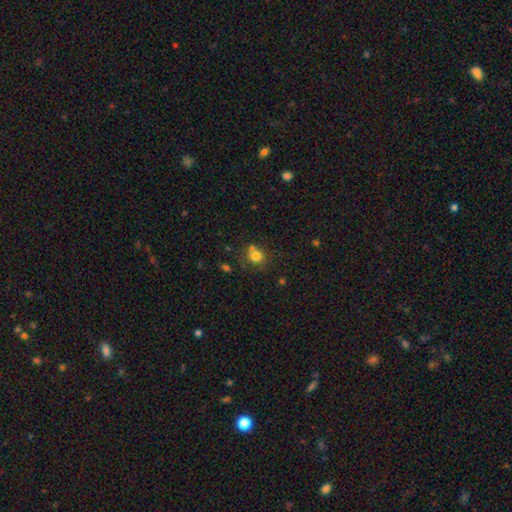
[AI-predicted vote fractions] This appears to be a smooth galaxy with no disk features (78%) that is round (79%). Merging: none (61%).